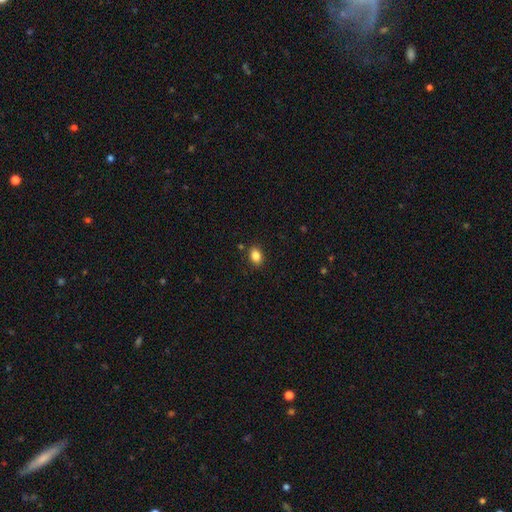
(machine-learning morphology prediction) The model was most divided on "how rounded": in between: 73%, round: 26%, cigar-shaped: 1%. More confident: merging — none (86%); smooth or featured — smooth (85%).